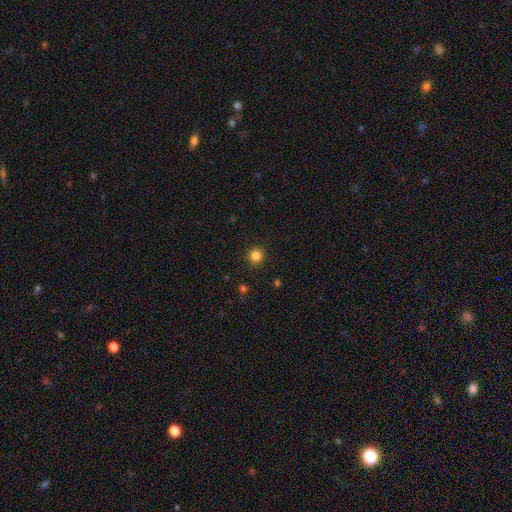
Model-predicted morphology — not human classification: Overall: smooth (84%). How rounded: round (92%). Merging: none (91%).